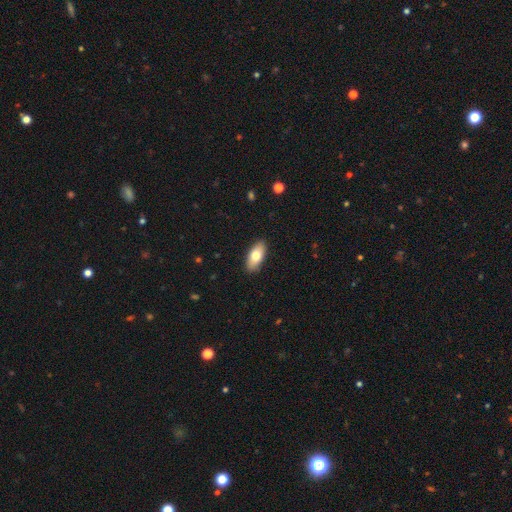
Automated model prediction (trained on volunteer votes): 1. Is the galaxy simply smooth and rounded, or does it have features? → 75% smooth, 19% featured or disk, 6% star or artifact.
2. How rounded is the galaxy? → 87% in between, 11% cigar-shaped, 3% round.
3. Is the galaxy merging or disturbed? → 89% none, 8% minor disturbance, 2% major disturbance, 1% merger.